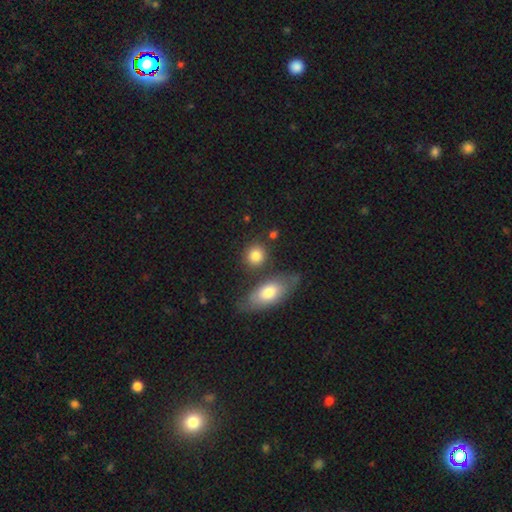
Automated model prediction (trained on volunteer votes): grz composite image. It shows a smooth galaxy with no disk features (82%) that is round (76%). Merging: none (71%).